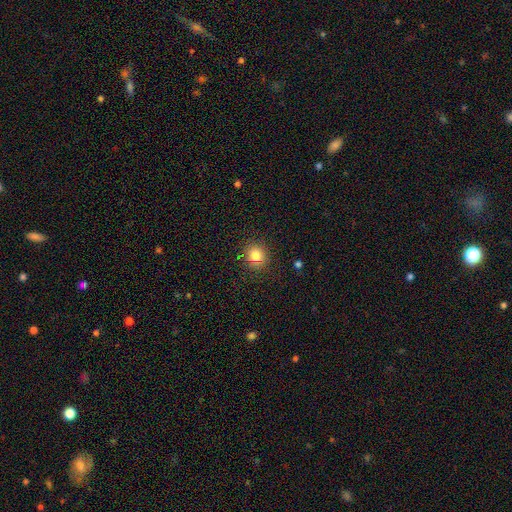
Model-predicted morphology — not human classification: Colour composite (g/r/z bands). It shows a smooth galaxy with no disk features (81%) that is round (85%). Merging: none (87%).